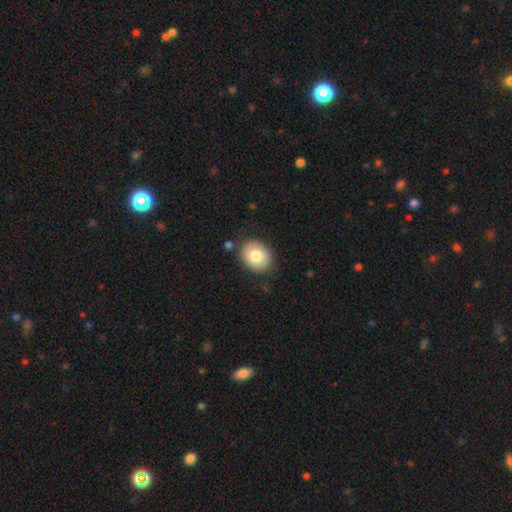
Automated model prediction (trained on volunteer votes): Smooth or featured? smooth (80%)
How rounded? in between (55%)
Merging? none (85%)